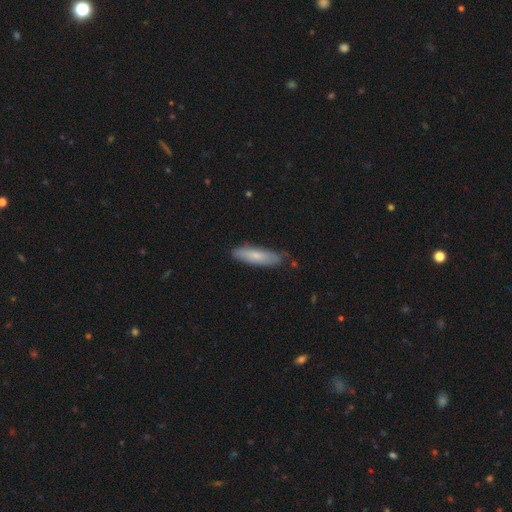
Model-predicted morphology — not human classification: A smooth galaxy with no disk features (69%) that is cigar-shaped (64%).

Vote fractions:
- Smooth or featured? smooth: 69% / featured or disk: 25% / star or artifact: 6%
- How rounded? cigar-shaped: 64% / in between: 35% / round: 2%
- Merging? none: 76% / minor disturbance: 19% / major disturbance: 3% / merger: 2%